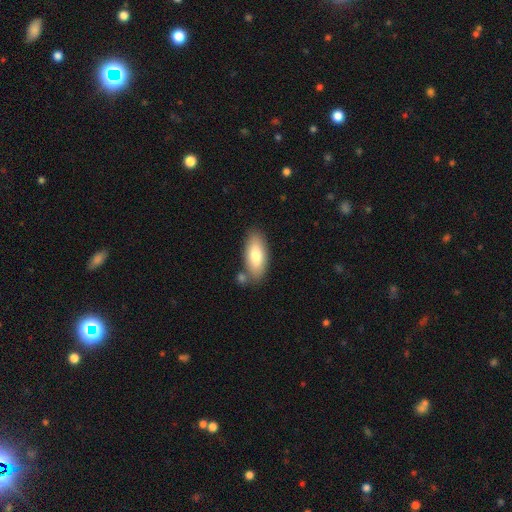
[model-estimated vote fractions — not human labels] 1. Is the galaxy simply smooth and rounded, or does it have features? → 74% smooth, 19% featured or disk, 6% star or artifact.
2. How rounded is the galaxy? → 84% in between, 13% cigar-shaped, 2% round.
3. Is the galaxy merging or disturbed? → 72% none, 14% minor disturbance, 11% merger, 3% major disturbance.